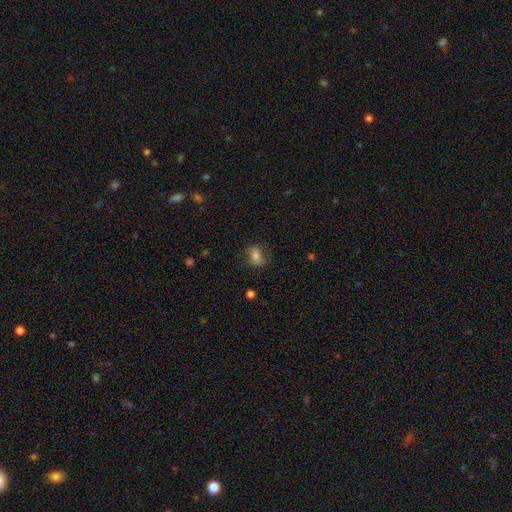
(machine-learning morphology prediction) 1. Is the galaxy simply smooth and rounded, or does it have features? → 61% smooth, 28% featured or disk, 11% star or artifact.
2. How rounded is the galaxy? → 55% in between, 43% round, 2% cigar-shaped.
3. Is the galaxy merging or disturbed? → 74% none, 18% minor disturbance, 7% major disturbance, 1% merger.